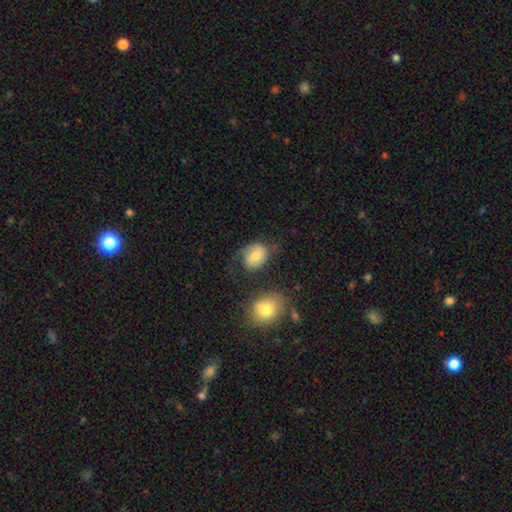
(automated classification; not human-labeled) Smooth or featured? smooth (63%)
How rounded? round (54%)
Merging? none (47%)